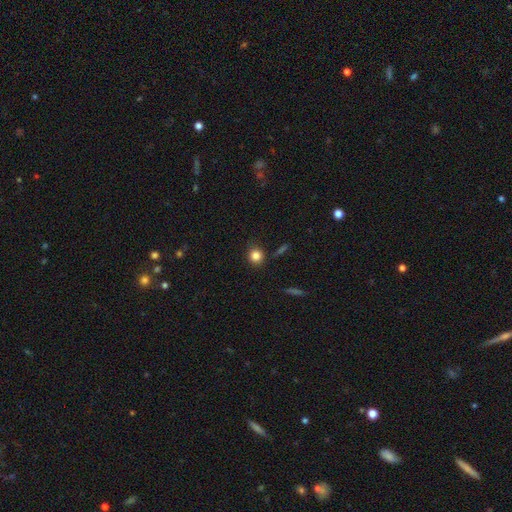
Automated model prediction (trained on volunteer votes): This is clearly a smooth galaxy (82%). How rounded: clearly round (86%). Merging: clearly none (83%).